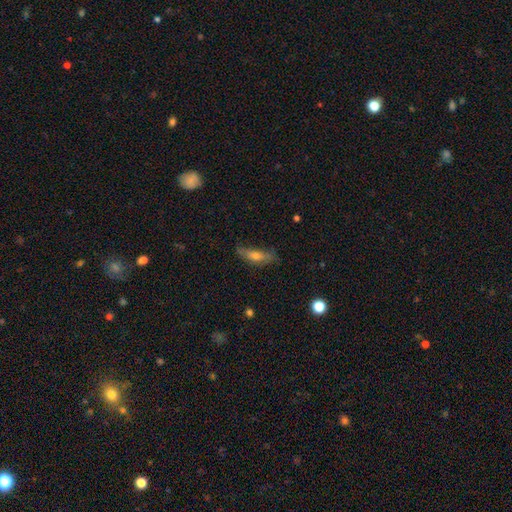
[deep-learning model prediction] Overall: smooth (48%; featured or disk 43%). Merging: none (69%).